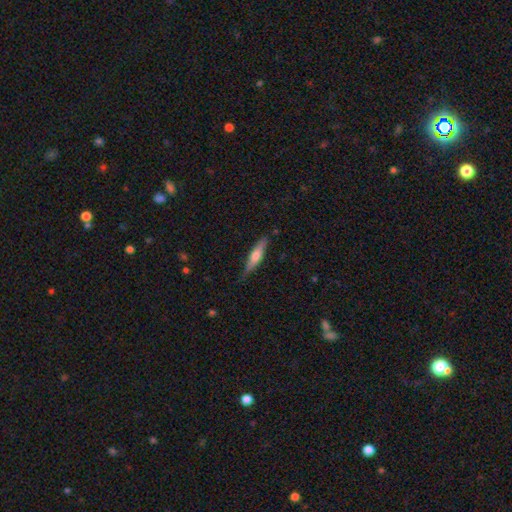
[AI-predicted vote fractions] smooth 53%, featured or disk 41%, star or artifact 6%. Down the decision tree: how rounded — cigar-shaped (81%); merging — none (78%).